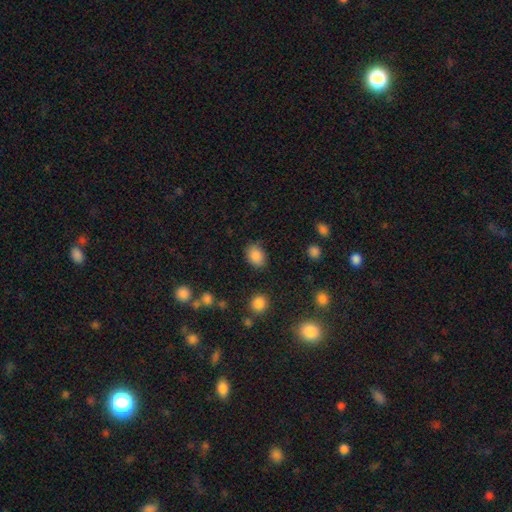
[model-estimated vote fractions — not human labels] smooth_or_featured: smooth (p=0.87) [alt: star or artifact p=0.09]
how_rounded: in between (p=0.74) [alt: round p=0.25]
merging: none (p=0.81) [alt: minor disturbance p=0.14]